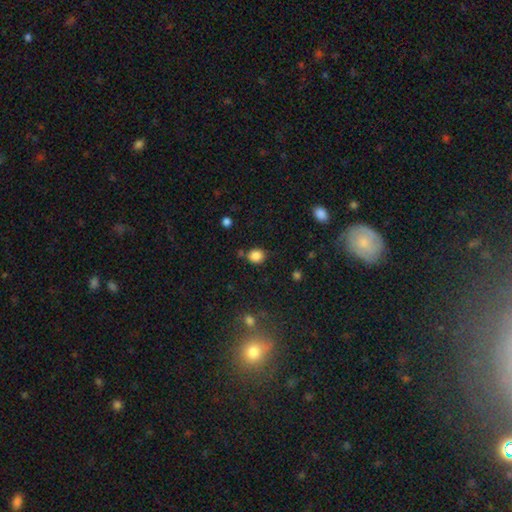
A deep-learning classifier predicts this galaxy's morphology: smooth 85%, star or artifact 11%, featured or disk 4%. Down the decision tree: how rounded — round (80%); merging — none (79%).